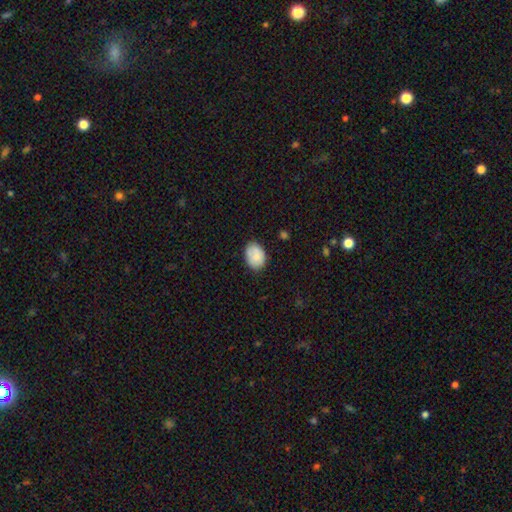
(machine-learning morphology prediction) A smooth galaxy with no disk features (85%) that is in between round and cigar-shaped (76%). Merging: none (77%).